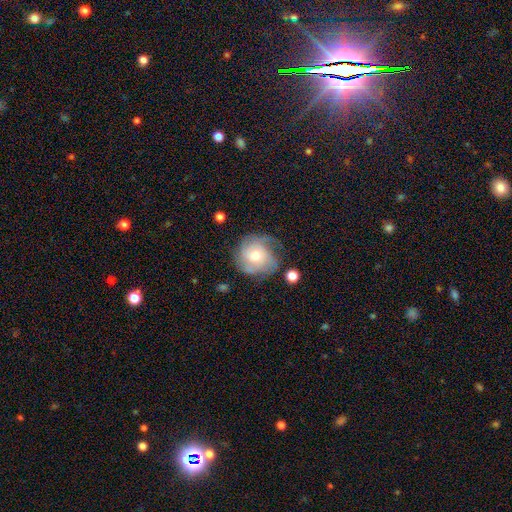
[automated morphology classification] featured or disk 63%, smooth 29%, star or artifact 8%. Down the decision tree: edge-on disk — no (97%); bar — no (76%); spiral arms — yes (87%); spiral arm count — can't tell (35%); spiral winding — tight (44%); bulge size — moderate (60%); merging — none (58%).